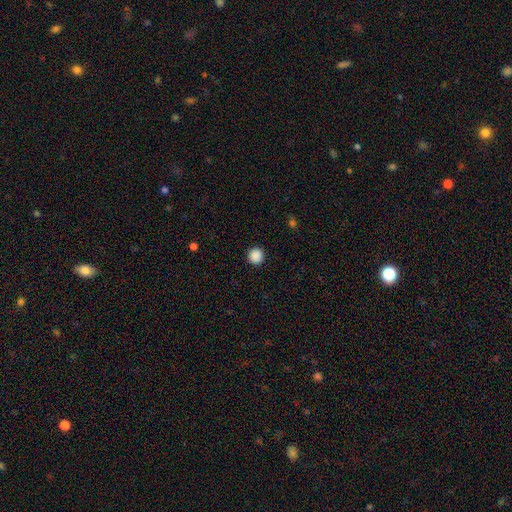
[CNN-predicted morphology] A smooth galaxy with no disk features (89%) that is round (95%).

Vote fractions:
- Smooth or featured? smooth: 89% / star or artifact: 9% / featured or disk: 2%
- How rounded? round: 95% / in between: 4% / cigar-shaped: 1%
- Merging? none: 93% / minor disturbance: 5% / major disturbance: 2% / merger: 1%